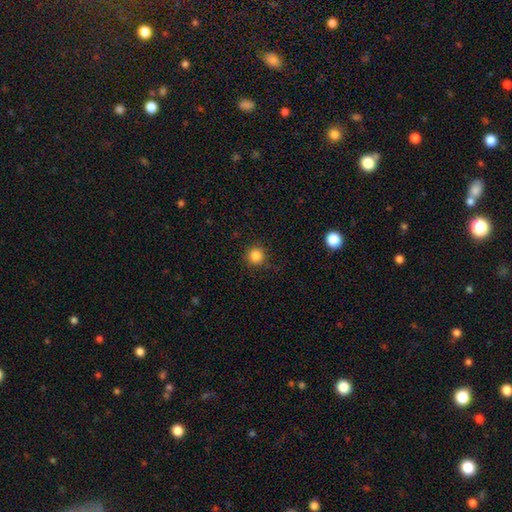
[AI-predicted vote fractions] This appears to be a smooth galaxy with no disk features (85%) that is round (95%). Merging: none (88%).